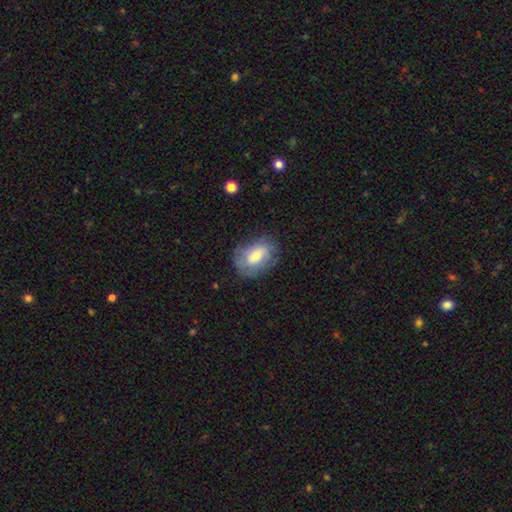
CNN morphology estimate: Q: Smooth or featured?
A: smooth (55%); runner-up: featured or disk (37%)
Q: How rounded?
A: in between (78%); runner-up: round (20%)
Q: Merging?
A: none (65%); runner-up: minor disturbance (24%)